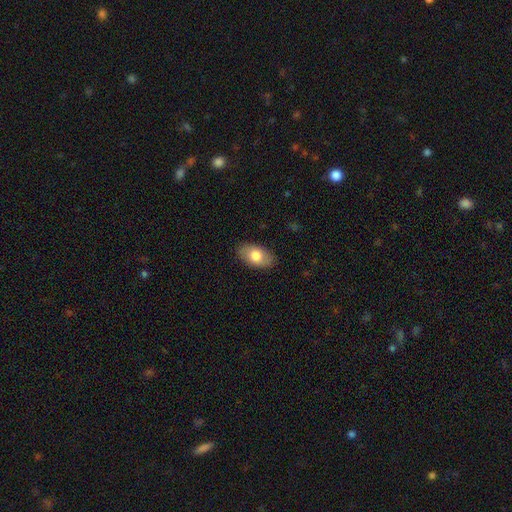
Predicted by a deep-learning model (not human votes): Smooth or featured? Predicted: smooth (p=0.78). How rounded? Predicted: in between (p=0.93). Merging? Predicted: none (p=0.86).